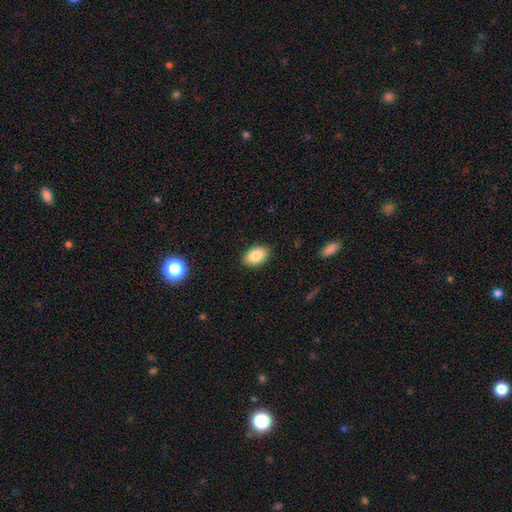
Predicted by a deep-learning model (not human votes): A smooth galaxy with no disk features (85%) that is in between round and cigar-shaped (91%).

Vote fractions:
- Smooth or featured? smooth: 85% / featured or disk: 8% / star or artifact: 8%
- How rounded? in between: 91% / round: 8% / cigar-shaped: 1%
- Merging? none: 88% / minor disturbance: 9% / major disturbance: 2% / merger: 1%